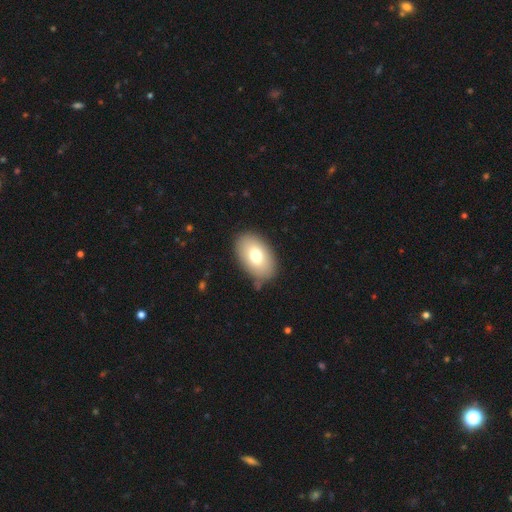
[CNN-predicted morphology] Smooth or featured: smooth — 73% (featured or disk — 19%)
How rounded: in between — 90% (round — 9%)
Merging: none — 82% (minor disturbance — 13%)